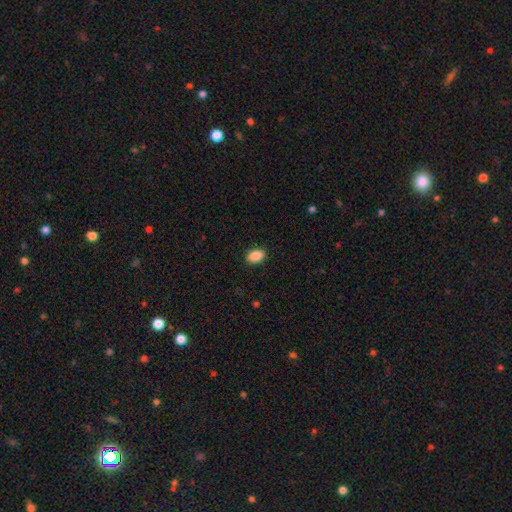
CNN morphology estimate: A smooth galaxy with no disk features (90%) that is in between round and cigar-shaped (86%). Merging: none (89%).